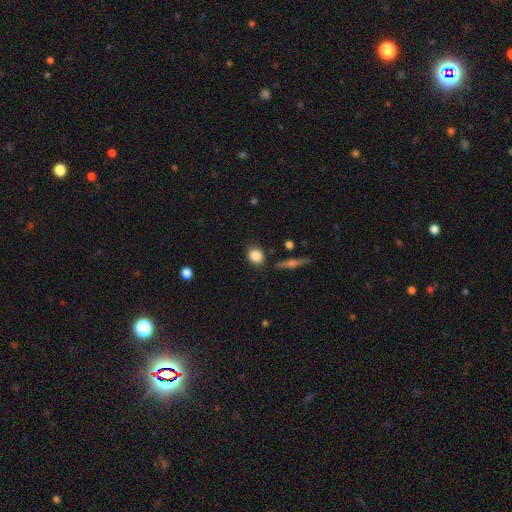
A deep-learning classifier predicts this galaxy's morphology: smooth-or-featured: smooth: 84% | star or artifact: 8% | featured or disk: 7%
  how-rounded: round: 69% | in between: 29% | cigar-shaped: 2%
  merging: none: 82% | minor disturbance: 11% | merger: 3% | major disturbance: 3%